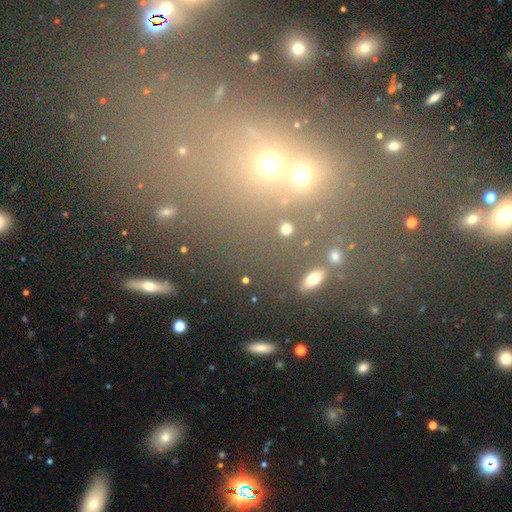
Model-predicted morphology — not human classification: Smooth or featured?
  - star or artifact: 51% *
  - smooth: 34%
  - featured or disk: 15%